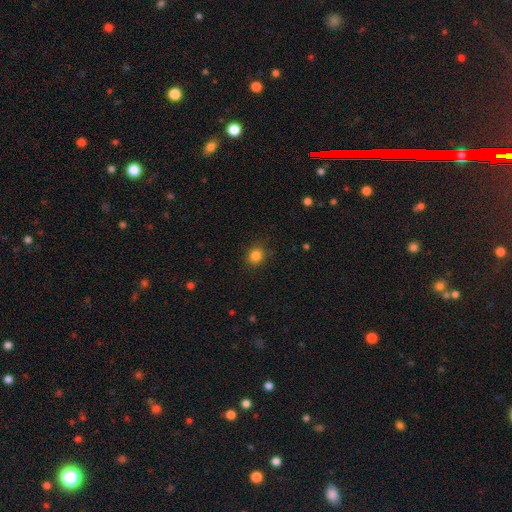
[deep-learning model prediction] Q: Smooth or featured?
A: smooth (84%); runner-up: star or artifact (12%)
Q: How rounded?
A: round (80%); runner-up: in between (19%)
Q: Merging?
A: none (87%); runner-up: minor disturbance (9%)